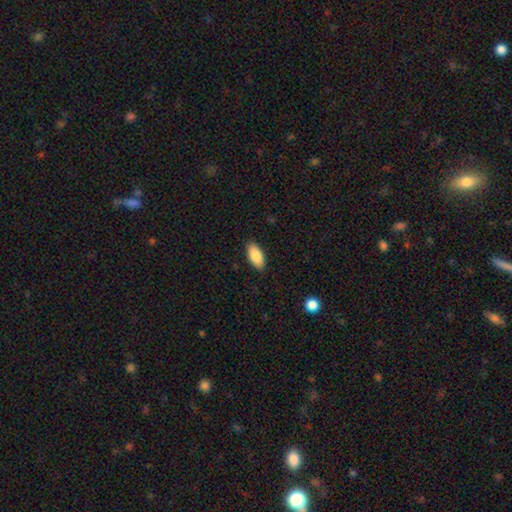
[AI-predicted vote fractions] This is clearly a smooth galaxy (88%). How rounded: clearly in between (92%). Merging: clearly none (88%).